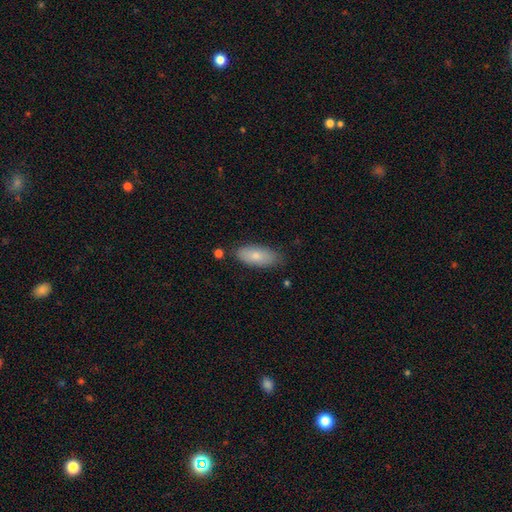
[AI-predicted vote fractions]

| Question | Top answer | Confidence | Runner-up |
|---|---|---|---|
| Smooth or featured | smooth | 77% | featured or disk (16%) |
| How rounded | in between | 85% | cigar-shaped (12%) |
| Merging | none | 78% | minor disturbance (16%) |